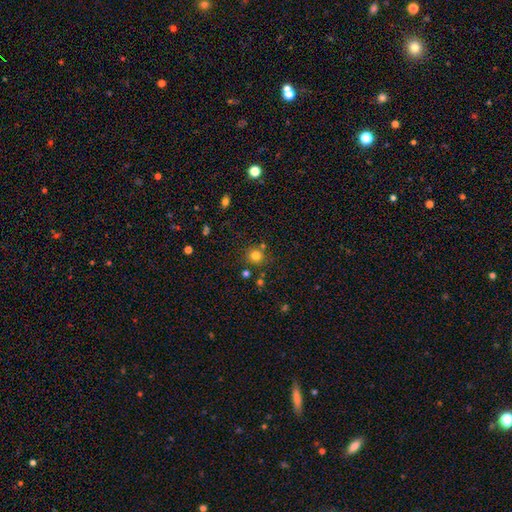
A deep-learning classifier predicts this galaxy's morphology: smooth-or-featured: smooth: 78% | star or artifact: 15% | featured or disk: 7%
  how-rounded: round: 90% | in between: 9% | cigar-shaped: 1%
  merging: none: 77% | merger: 10% | minor disturbance: 10% | major disturbance: 4%